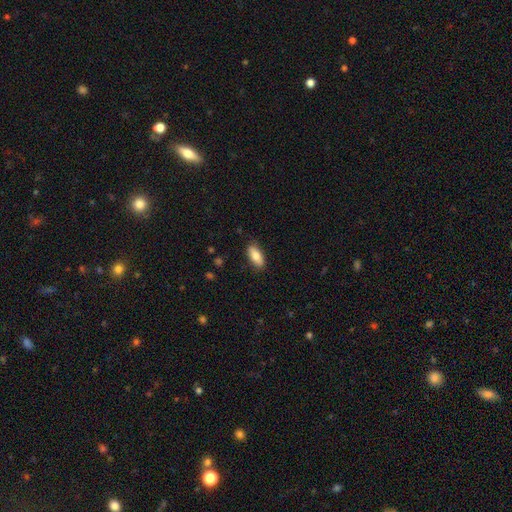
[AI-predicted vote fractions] Smooth or featured: smooth — 84% (featured or disk — 10%)
How rounded: in between — 84% (cigar-shaped — 14%)
Merging: none — 86% (minor disturbance — 11%)